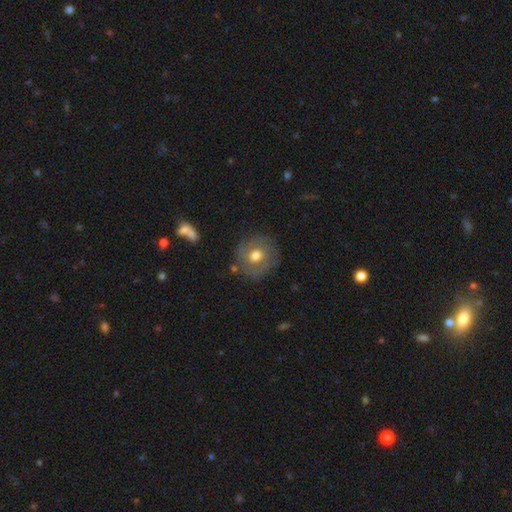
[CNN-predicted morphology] Smooth or featured: smooth — 50% (featured or disk — 42%)
Merging: none — 79% (minor disturbance — 14%)